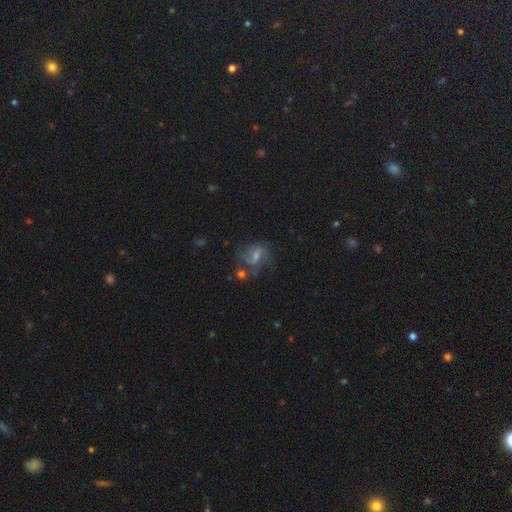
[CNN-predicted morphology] smooth_or_featured: featured or disk (p=0.62) [alt: smooth p=0.27]
disk_edge_on: no (p=0.97) [alt: yes p=0.03]
bar: weak (p=0.53) [alt: no p=0.32]
has_spiral_arms: yes (p=0.84) [alt: no p=0.16]
spiral_winding: medium (p=0.49) [alt: loose p=0.30]
spiral_arm_count: 2 (p=0.48) [alt: can't tell p=0.23]
bulge_size: moderate (p=0.39) [alt: small p=0.38]
merging: none (p=0.46) [alt: major disturbance p=0.22]